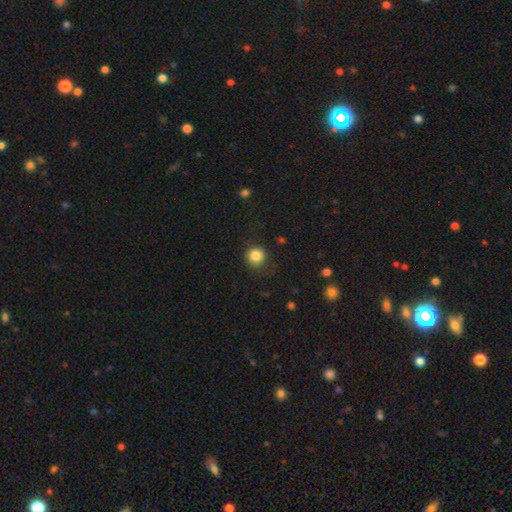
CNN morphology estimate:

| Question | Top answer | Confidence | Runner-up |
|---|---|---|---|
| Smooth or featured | smooth | 85% | star or artifact (11%) |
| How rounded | round | 92% | in between (7%) |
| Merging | none | 83% | minor disturbance (11%) |